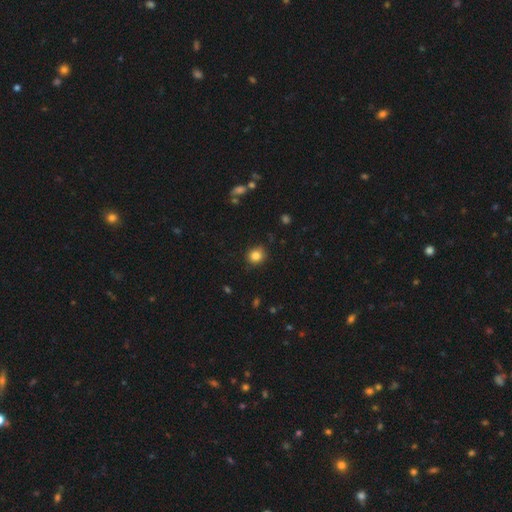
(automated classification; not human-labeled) smooth-or-featured: smooth: 83% | star or artifact: 11% | featured or disk: 5%
  how-rounded: round: 85% | in between: 14% | cigar-shaped: 1%
  merging: none: 87% | minor disturbance: 10% | major disturbance: 2% | merger: 1%